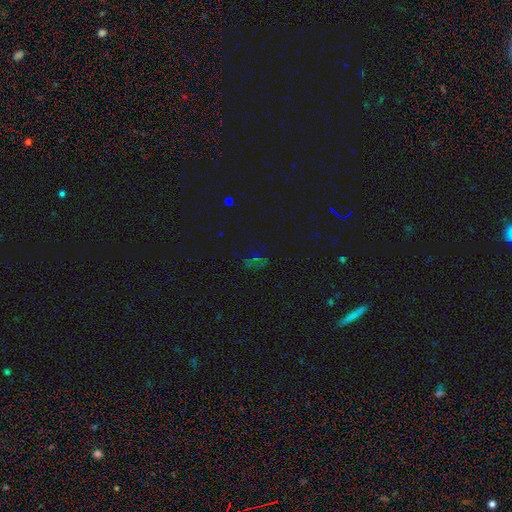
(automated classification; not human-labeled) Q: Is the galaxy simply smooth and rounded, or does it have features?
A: star or artifact — 61%.